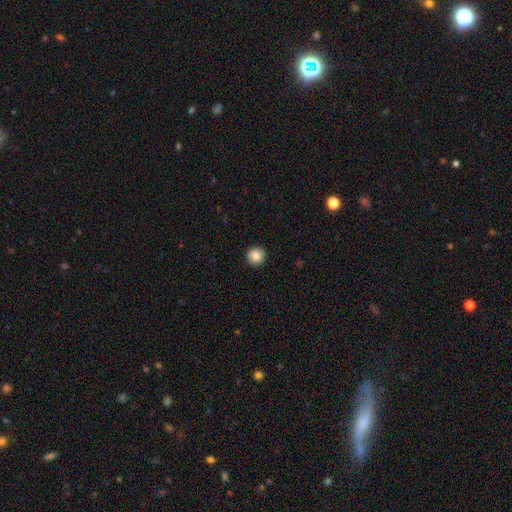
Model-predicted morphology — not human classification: Smooth or featured? smooth (79%)
How rounded? round (91%)
Merging? none (88%)